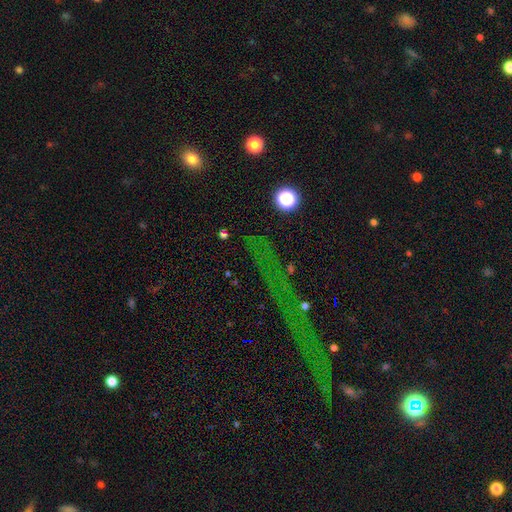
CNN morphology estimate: smooth_or_featured: star or artifact (p=0.64) [alt: smooth p=0.24]